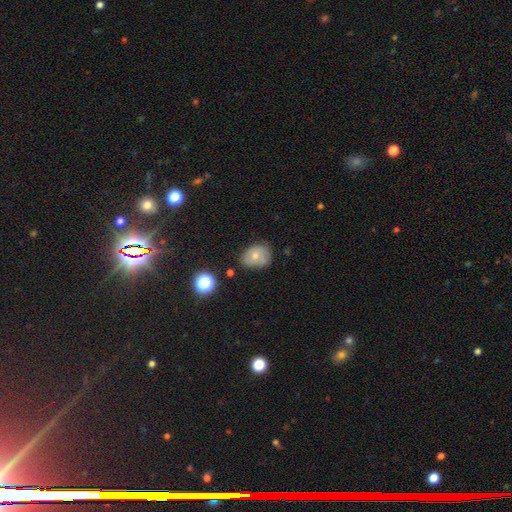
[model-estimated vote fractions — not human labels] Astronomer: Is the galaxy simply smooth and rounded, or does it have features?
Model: smooth — 65%.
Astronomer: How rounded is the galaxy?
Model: in between — 58% (runner-up: round, 41%).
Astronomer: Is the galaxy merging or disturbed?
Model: none — 57%.